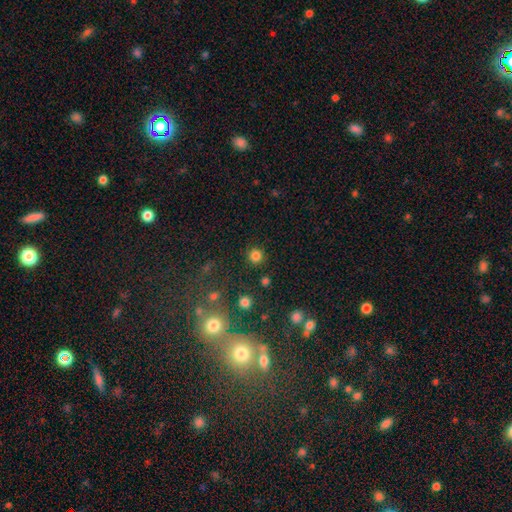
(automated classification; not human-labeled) Q: Smooth or featured?
A: smooth (81%); runner-up: star or artifact (15%)
Q: How rounded?
A: round (95%); runner-up: in between (4%)
Q: Merging?
A: none (90%); runner-up: minor disturbance (5%)